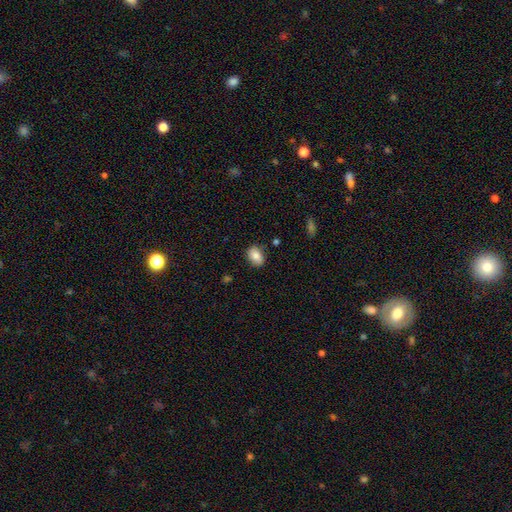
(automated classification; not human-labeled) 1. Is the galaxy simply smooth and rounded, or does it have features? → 82% smooth, 10% featured or disk, 8% star or artifact.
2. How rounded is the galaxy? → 79% in between, 19% round, 2% cigar-shaped.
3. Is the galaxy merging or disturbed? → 80% none, 15% minor disturbance, 3% major disturbance, 2% merger.